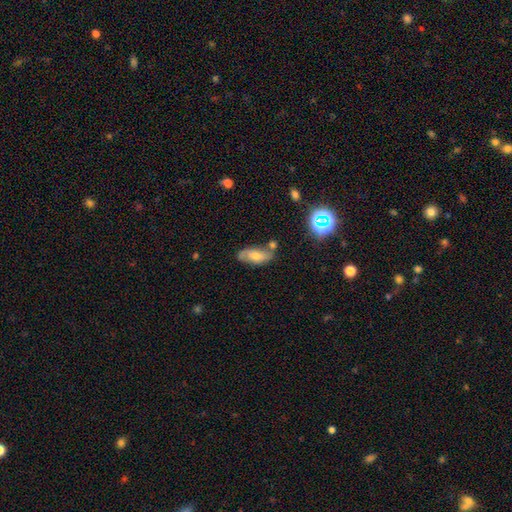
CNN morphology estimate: This is possibly a smooth galaxy (47%). Merging: likely none (64%).